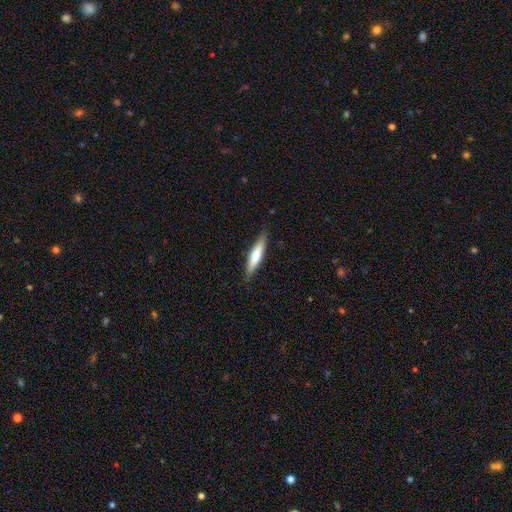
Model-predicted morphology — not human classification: Smooth or featured? Predicted: smooth (p=0.60). How rounded? Predicted: cigar-shaped (p=0.85). Merging? Predicted: none (p=0.87).